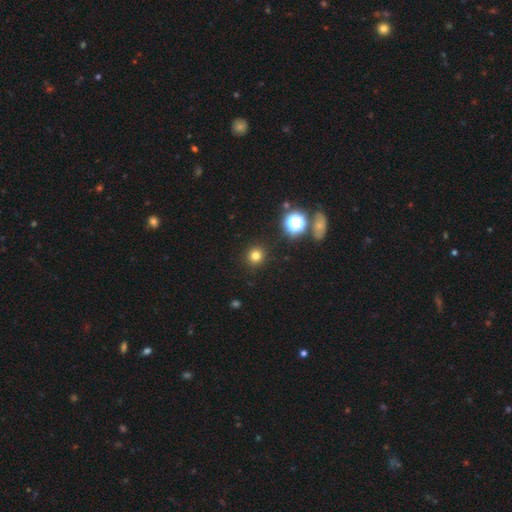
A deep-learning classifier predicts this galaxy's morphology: A smooth galaxy with no disk features (77%) that is round (93%). Merging: none (91%).